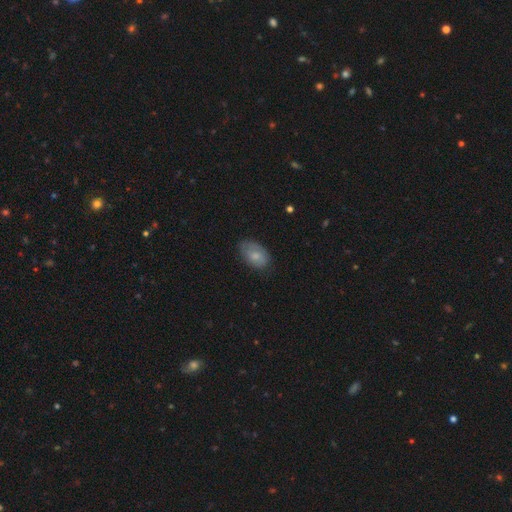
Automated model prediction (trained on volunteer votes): Morphology: type=smooth (70%); roundness=in between (89%); merging=none (69%).